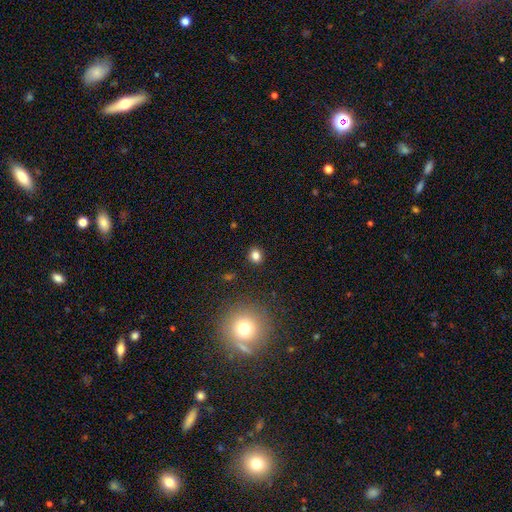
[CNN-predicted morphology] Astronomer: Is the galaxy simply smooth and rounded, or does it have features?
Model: smooth — 81%.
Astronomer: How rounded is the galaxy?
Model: round — 72%.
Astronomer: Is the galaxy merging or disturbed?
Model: none — 89%.